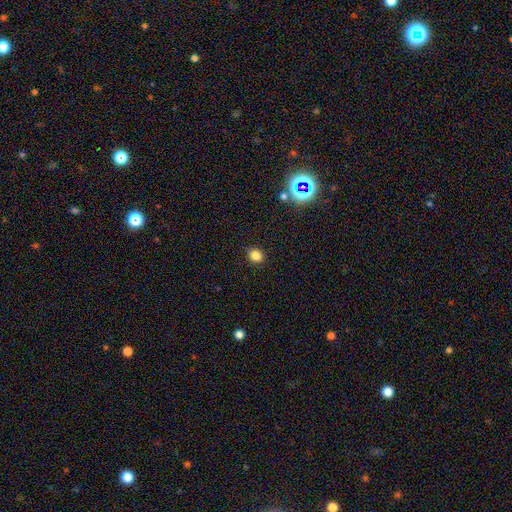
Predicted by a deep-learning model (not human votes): Smooth or featured: smooth — 83% (star or artifact — 13%)
How rounded: round — 63% (in between — 36%)
Merging: none — 88% (minor disturbance — 9%)